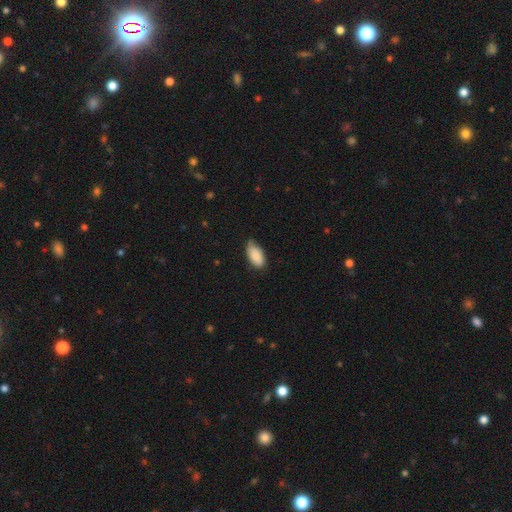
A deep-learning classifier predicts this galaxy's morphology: The model was most divided on "merging": none: 59%, minor disturbance: 34%, major disturbance: 5%, merger: 1%. More confident: how rounded — in between (94%); smooth or featured — smooth (87%).